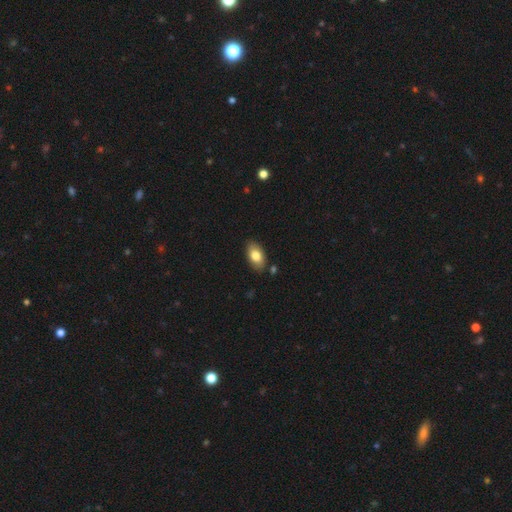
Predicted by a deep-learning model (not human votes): This appears to be a smooth galaxy with no disk features (80%) that is in between round and cigar-shaped (93%). Merging: none (84%).